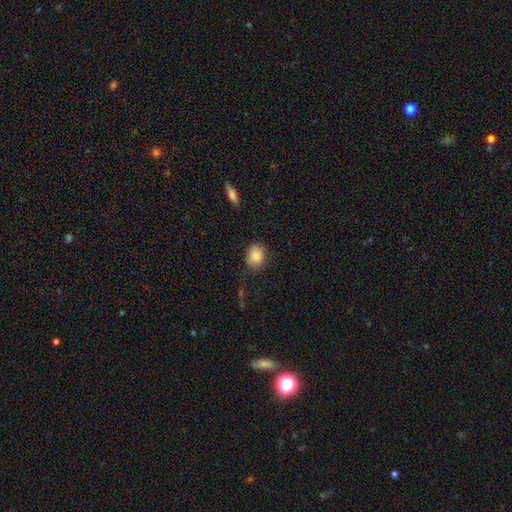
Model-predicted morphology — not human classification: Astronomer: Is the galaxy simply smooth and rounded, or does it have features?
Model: smooth — 87%.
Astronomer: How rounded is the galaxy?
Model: round — 59% (runner-up: in between, 40%).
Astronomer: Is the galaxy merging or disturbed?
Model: none — 76%.